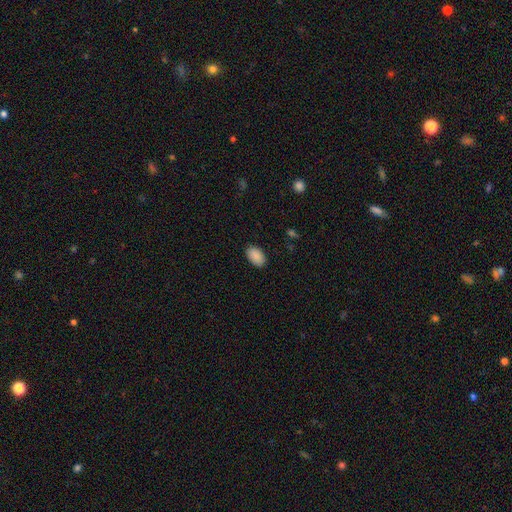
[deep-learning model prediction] A smooth galaxy with no disk features (91%) that is in between round and cigar-shaped (93%). Merging: none (88%).